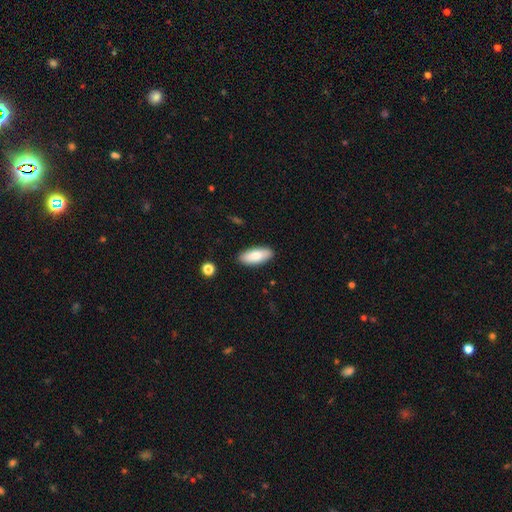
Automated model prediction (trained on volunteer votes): This is clearly a smooth galaxy (81%). How rounded: clearly in between (83%). Merging: clearly none (89%).